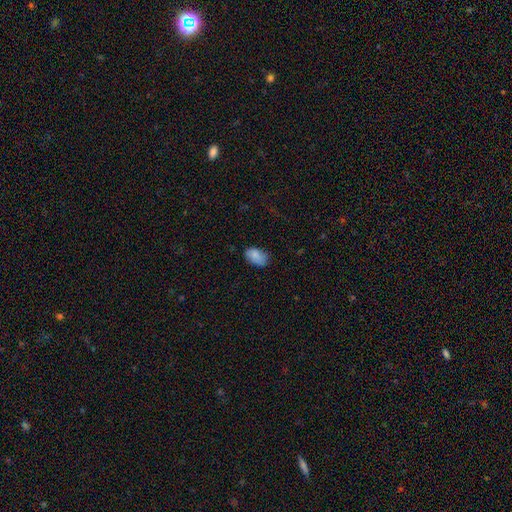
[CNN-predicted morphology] The model was most divided on "merging": none: 71%, minor disturbance: 23%, major disturbance: 5%, merger: 1%. More confident: how rounded — in between (91%); smooth or featured — smooth (84%).